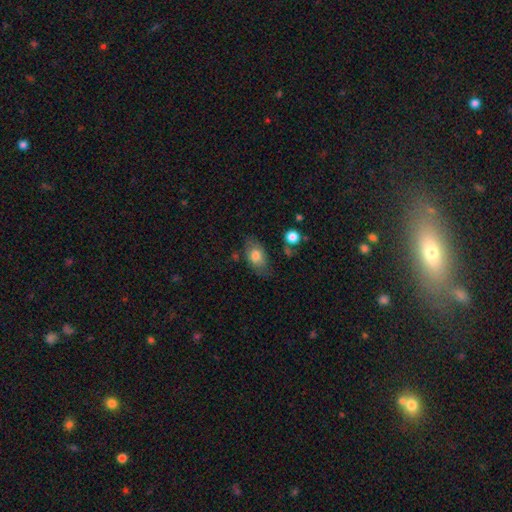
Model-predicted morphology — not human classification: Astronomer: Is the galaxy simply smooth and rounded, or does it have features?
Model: smooth — 74%.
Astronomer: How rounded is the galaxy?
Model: in between — 87%.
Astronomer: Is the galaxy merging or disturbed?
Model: none — 65%.